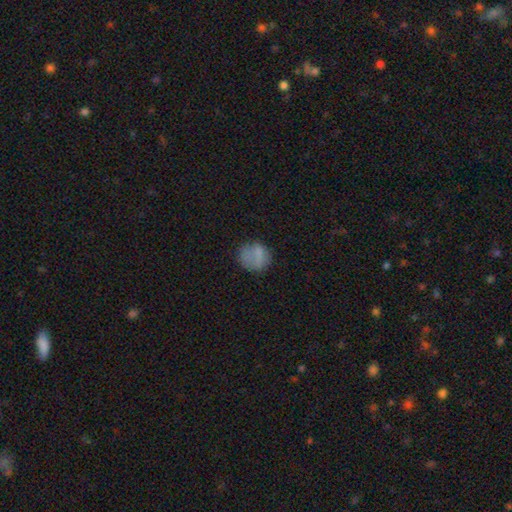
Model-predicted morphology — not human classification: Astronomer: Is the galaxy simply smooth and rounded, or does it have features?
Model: smooth — 75%.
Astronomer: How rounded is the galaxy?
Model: round — 80%.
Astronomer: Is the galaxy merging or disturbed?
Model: none — 61%.